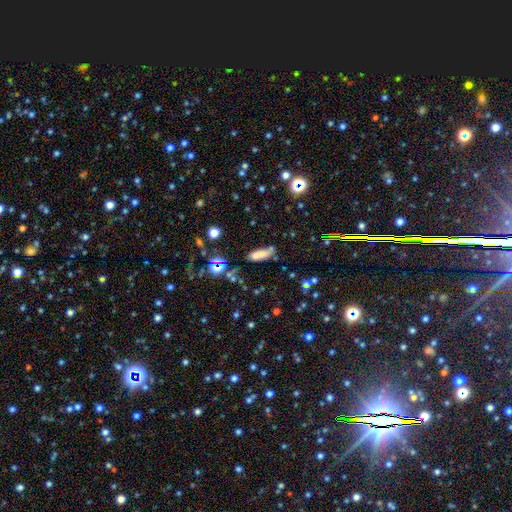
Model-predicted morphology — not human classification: smooth_or_featured: smooth (p=0.68) [alt: star or artifact p=0.19]
how_rounded: in between (p=0.57) [alt: cigar-shaped p=0.39]
merging: none (p=0.56) [alt: minor disturbance p=0.24]